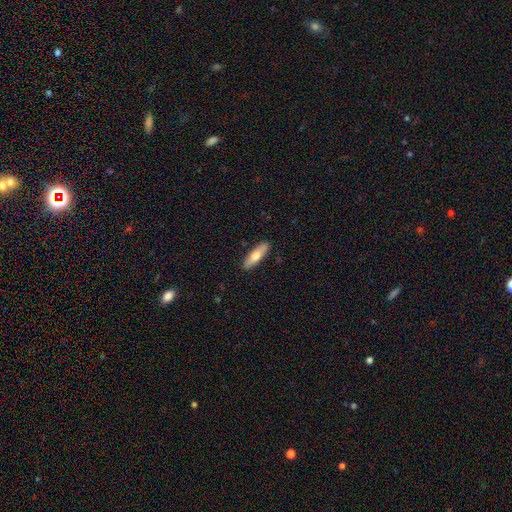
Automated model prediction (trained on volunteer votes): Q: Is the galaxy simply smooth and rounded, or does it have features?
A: smooth — 67%.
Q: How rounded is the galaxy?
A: cigar-shaped — 58%.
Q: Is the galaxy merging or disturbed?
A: none — 89%.